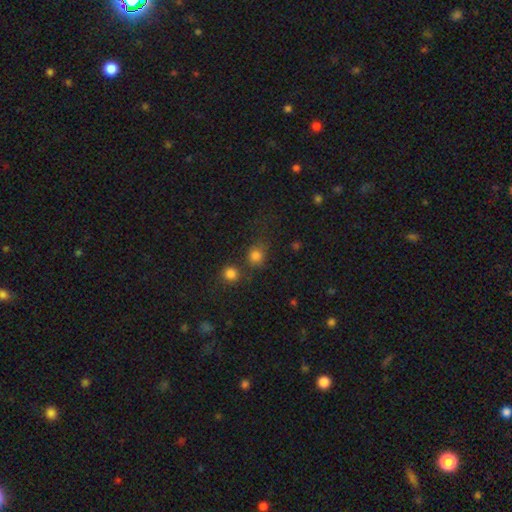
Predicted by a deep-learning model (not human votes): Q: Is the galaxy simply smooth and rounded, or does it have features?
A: smooth — 80%.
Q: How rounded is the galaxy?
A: round — 80%.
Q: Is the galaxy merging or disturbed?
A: none — 59%.